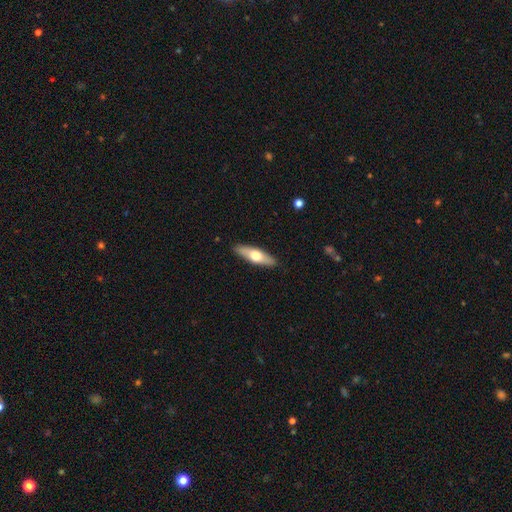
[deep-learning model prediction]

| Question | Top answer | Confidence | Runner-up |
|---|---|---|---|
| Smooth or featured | smooth | 52% | featured or disk (43%) |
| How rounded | cigar-shaped | 56% | in between (42%) |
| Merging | none | 89% | minor disturbance (8%) |